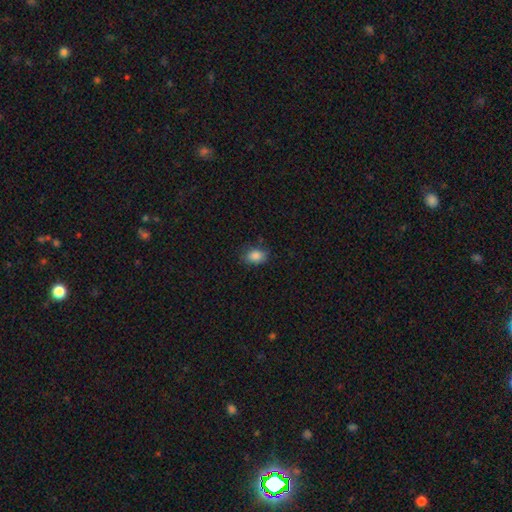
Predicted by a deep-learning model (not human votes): Smooth or featured? Predicted: smooth (p=0.86). How rounded? Predicted: in between (p=0.78). Merging? Predicted: none (p=0.79).